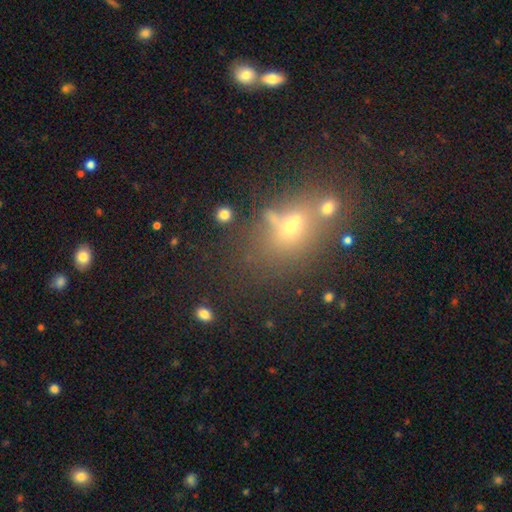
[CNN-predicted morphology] smooth-or-featured: smooth: 50% | star or artifact: 33% | featured or disk: 17%
  how-rounded: in between: 49% | round: 48% | cigar-shaped: 3%
  merging: none: 60% | merger: 22% | minor disturbance: 12% | major disturbance: 6%